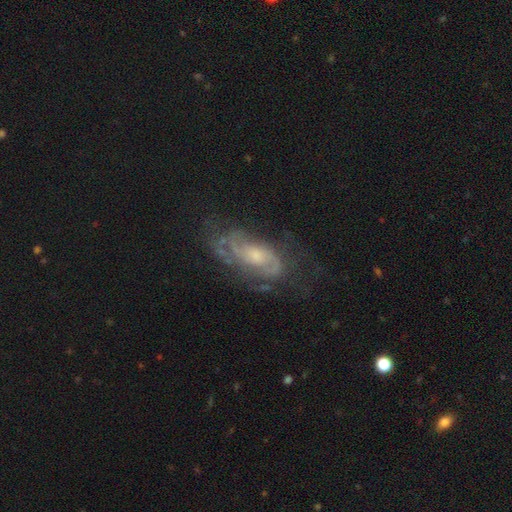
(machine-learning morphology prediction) Smooth or featured? featured or disk (78%)
Edge-on disk? no (92%)
Bar? no (66%)
Spiral arms? yes (86%)
Spiral winding? tight (44%)
Spiral arm count? 2 (42%)
Bulge size? small (43%, tied with moderate)
Merging? none (60%)